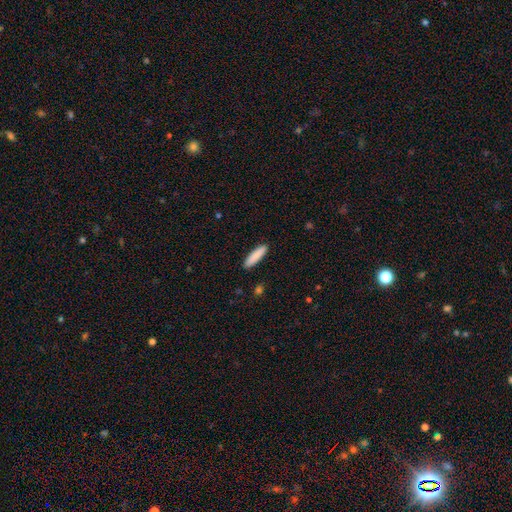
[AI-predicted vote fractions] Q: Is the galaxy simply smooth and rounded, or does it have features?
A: smooth — 87%.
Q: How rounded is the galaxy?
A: cigar-shaped — 77%.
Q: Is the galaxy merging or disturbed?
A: none — 91%.